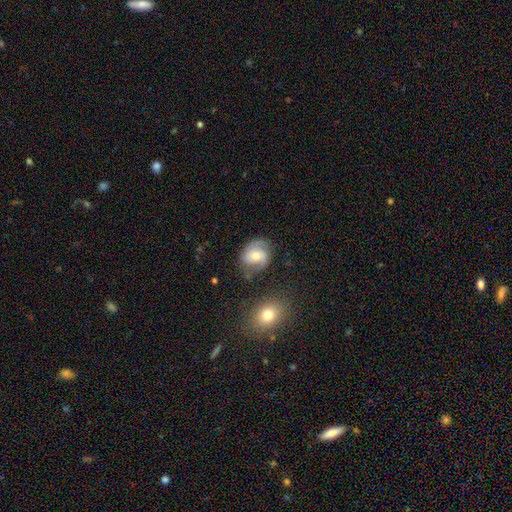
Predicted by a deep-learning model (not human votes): smooth_or_featured: featured or disk (p=0.58) [alt: smooth p=0.34]
disk_edge_on: no (p=0.97) [alt: yes p=0.03]
bar: no (p=0.57) [alt: weak p=0.34]
has_spiral_arms: yes (p=0.85) [alt: no p=0.15]
bulge_size: moderate (p=0.62) [alt: small p=0.31]
merging: none (p=0.59) [alt: minor disturbance p=0.25]